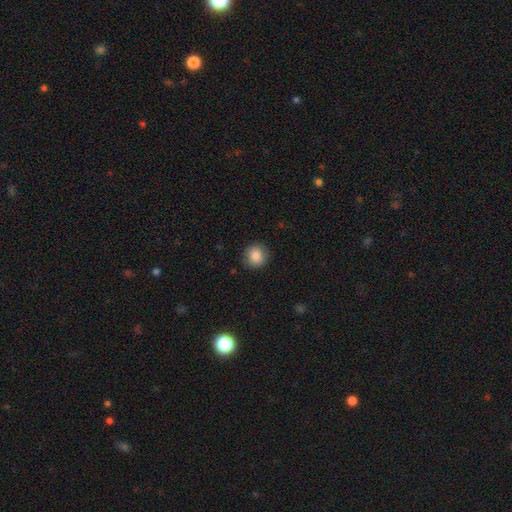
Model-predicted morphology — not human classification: Q: Smooth or featured?
A: smooth (86%); runner-up: star or artifact (9%)
Q: How rounded?
A: round (89%); runner-up: in between (10%)
Q: Merging?
A: none (88%); runner-up: minor disturbance (9%)